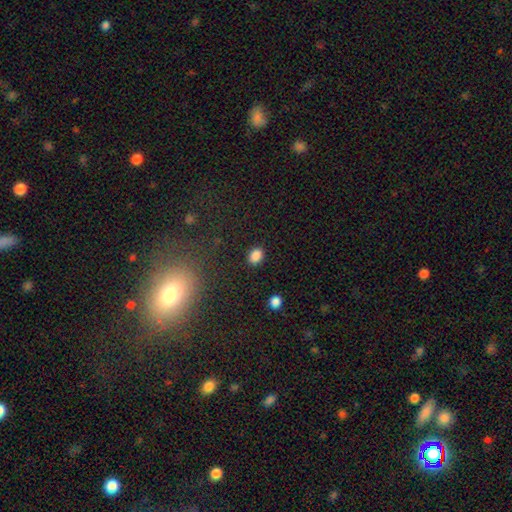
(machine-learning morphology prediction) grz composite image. It shows a smooth galaxy with no disk features (86%) that is in between round and cigar-shaped (66%). Merging: none (86%).